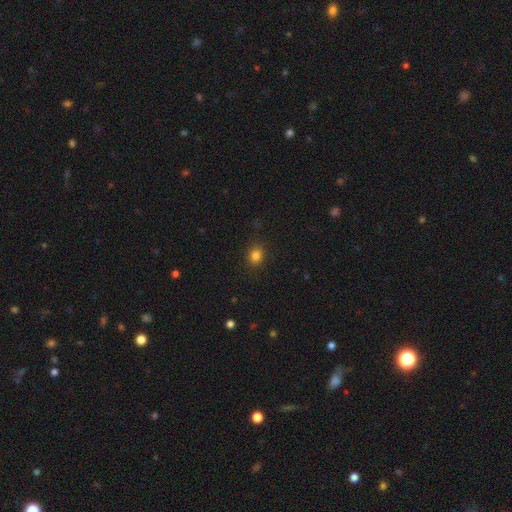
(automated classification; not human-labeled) Morphology: type=smooth (82%); roundness=round (66%); merging=none (89%).